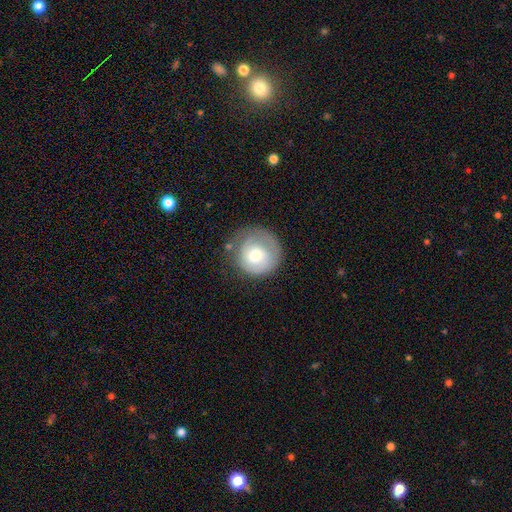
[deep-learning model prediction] Smooth or featured? Predicted: smooth (p=0.61). How rounded? Predicted: round (p=0.92). Merging? Predicted: none (p=0.60).